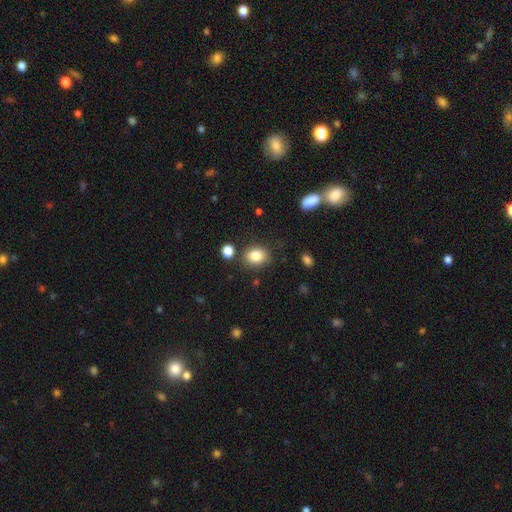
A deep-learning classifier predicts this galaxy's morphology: Smooth or featured: smooth — 83% (star or artifact — 10%)
How rounded: round — 50% (in between — 49%)
Merging: none — 79% (minor disturbance — 12%)